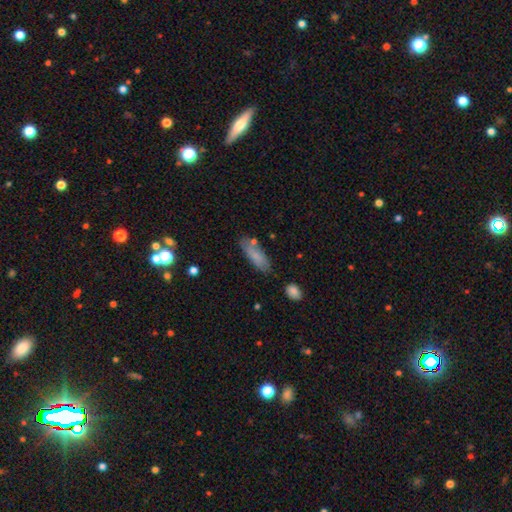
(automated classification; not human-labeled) The model was most divided on "how rounded": in between: 63%, cigar-shaped: 35%, round: 2%. More confident: smooth or featured — smooth (78%); merging — none (74%).